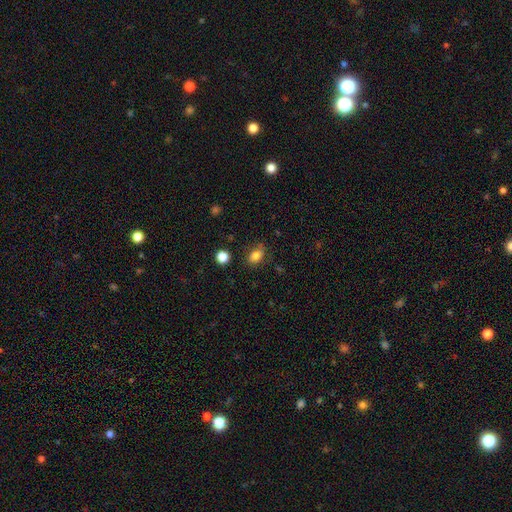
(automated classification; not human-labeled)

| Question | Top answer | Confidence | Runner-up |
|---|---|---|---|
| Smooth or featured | smooth | 82% | star or artifact (10%) |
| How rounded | in between | 78% | round (20%) |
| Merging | none | 78% | minor disturbance (16%) |